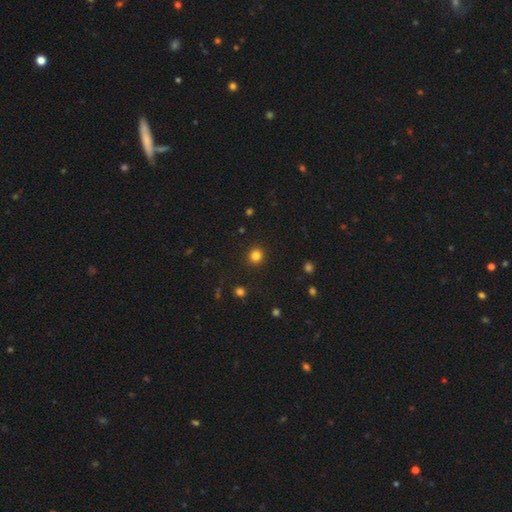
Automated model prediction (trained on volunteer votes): This is clearly a smooth galaxy (82%). How rounded: clearly round (93%). Merging: clearly none (92%).